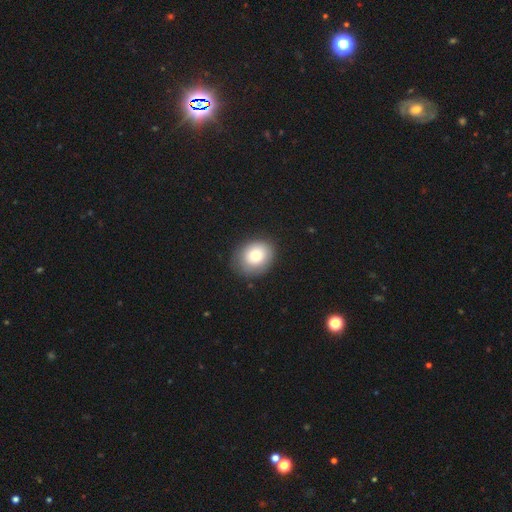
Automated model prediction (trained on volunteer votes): Morphology: type=smooth (75%); roundness=round (63%); merging=none (82%).